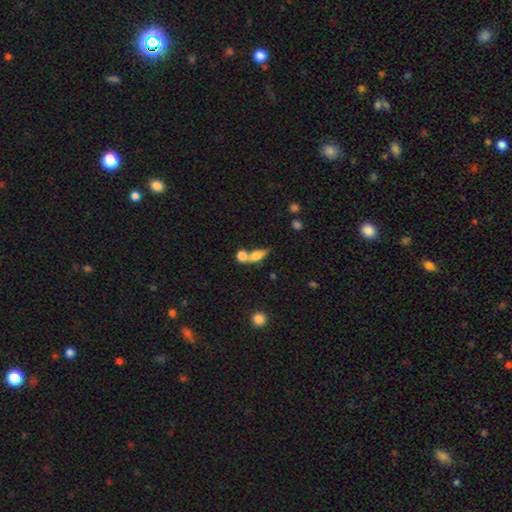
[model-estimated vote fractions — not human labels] Q: Smooth or featured?
A: smooth (74%); runner-up: featured or disk (17%)
Q: How rounded?
A: in between (70%); runner-up: cigar-shaped (19%)
Q: Merging?
A: merger (49%); runner-up: none (36%)